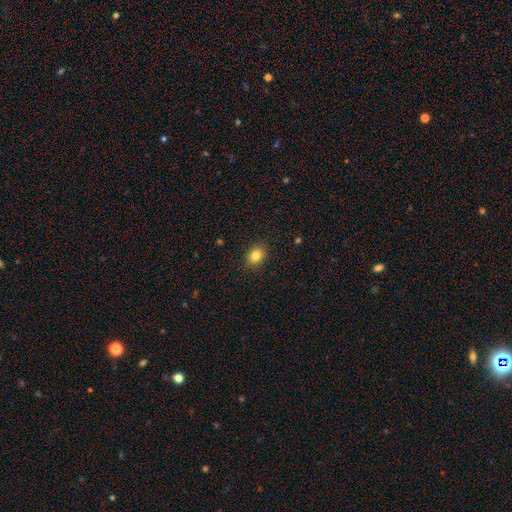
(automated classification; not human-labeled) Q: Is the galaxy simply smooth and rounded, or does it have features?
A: smooth — 82%.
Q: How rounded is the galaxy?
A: round — 50%.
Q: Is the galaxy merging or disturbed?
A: none — 88%.